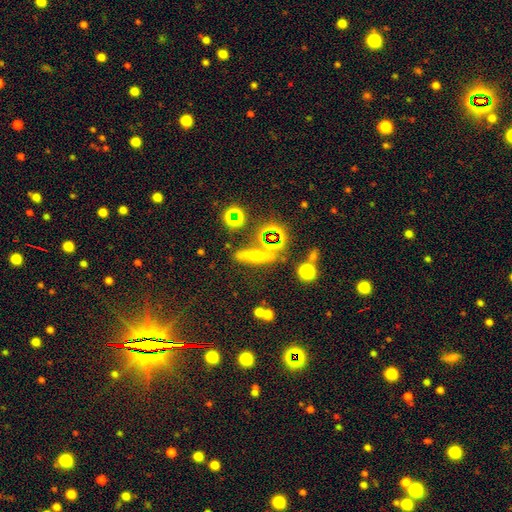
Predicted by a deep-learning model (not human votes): Morphology: type=smooth (43%); merging=none (64%).